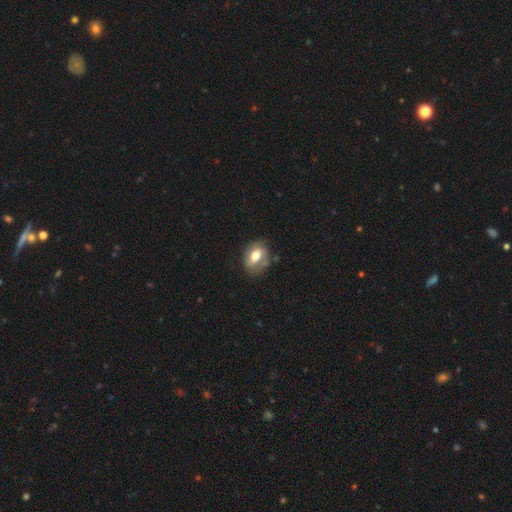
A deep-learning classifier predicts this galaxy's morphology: A smooth galaxy with no disk features (64%) that is in between round and cigar-shaped (69%).

Vote fractions:
- Smooth or featured? smooth: 64% / featured or disk: 27% / star or artifact: 8%
- How rounded? in between: 69% / round: 30% / cigar-shaped: 1%
- Merging? none: 62% / minor disturbance: 26% / major disturbance: 8% / merger: 4%